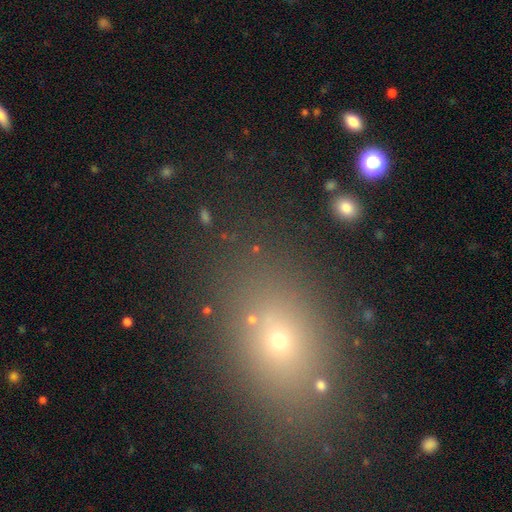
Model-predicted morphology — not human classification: Smooth or featured?
  - smooth: 55% *
  - star or artifact: 32%
  - featured or disk: 13%
How rounded?
  - in between: 63% *
  - round: 34%
  - cigar-shaped: 3%
Merging?
  - none: 83% *
  - minor disturbance: 9%
  - merger: 4%
  - major disturbance: 4%